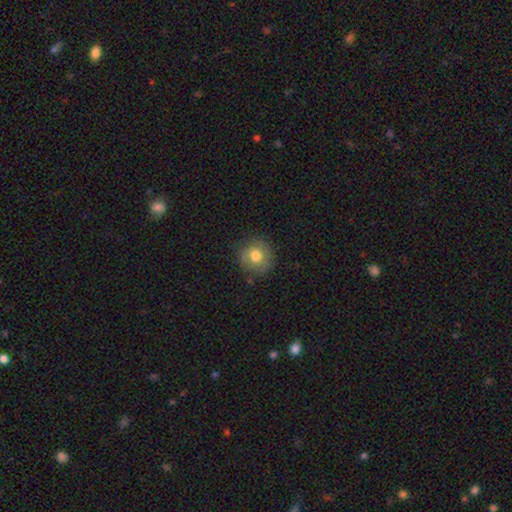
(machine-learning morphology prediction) type=smooth (73%); roundness=round (89%); merging=none (79%).